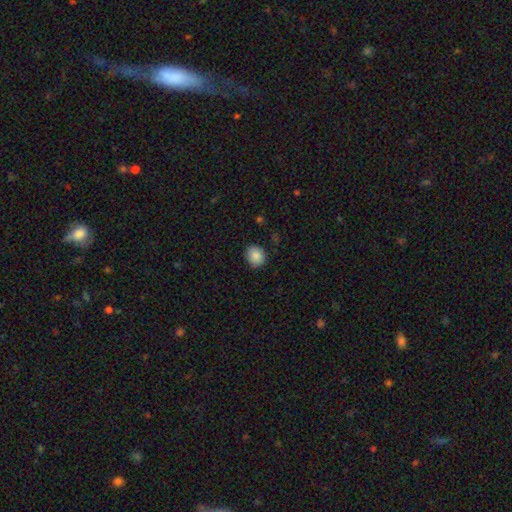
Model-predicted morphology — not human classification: smooth-or-featured: smooth: 88% | star or artifact: 8% | featured or disk: 4%
  how-rounded: round: 67% | in between: 32% | cigar-shaped: 1%
  merging: none: 86% | minor disturbance: 10% | major disturbance: 2% | merger: 1%